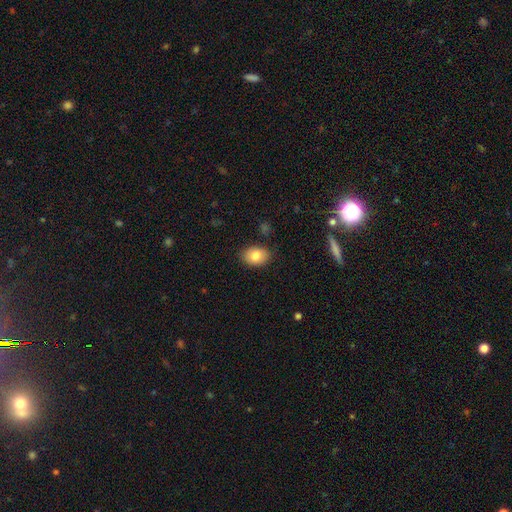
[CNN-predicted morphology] smooth_or_featured: smooth (p=0.82) [alt: featured or disk p=0.10]
how_rounded: in between (p=0.74) [alt: round p=0.25]
merging: none (p=0.85) [alt: minor disturbance p=0.11]